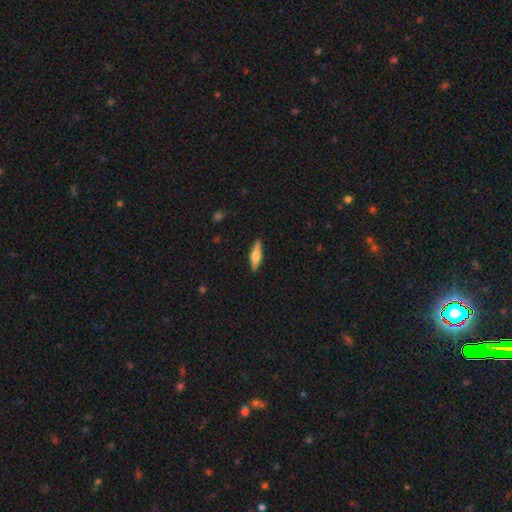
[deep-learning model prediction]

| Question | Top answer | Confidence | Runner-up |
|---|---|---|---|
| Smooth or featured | featured or disk | 50% | smooth (44%) |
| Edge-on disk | yes | 94% | no (6%) |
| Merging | none | 90% | minor disturbance (8%) |